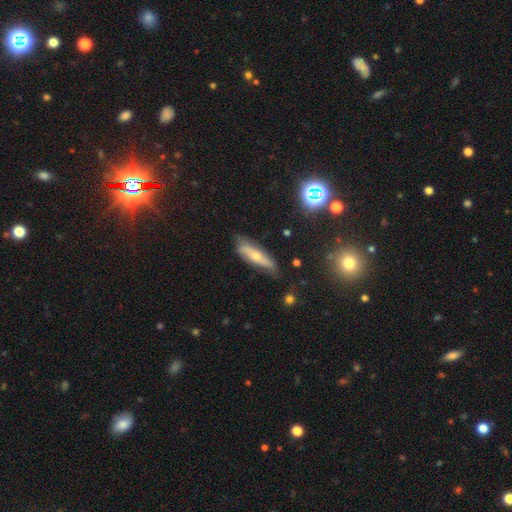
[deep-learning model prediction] smooth-or-featured: featured or disk: 54% | smooth: 35% | star or artifact: 11%
  disk-edge-on: yes: 61% | no: 39%
  merging: none: 72% | minor disturbance: 21% | major disturbance: 5% | merger: 2%